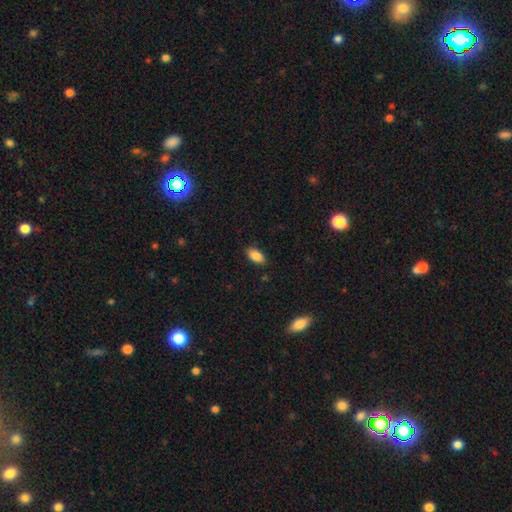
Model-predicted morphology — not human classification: This is clearly a smooth galaxy (87%). How rounded: clearly in between (93%). Merging: clearly none (86%).